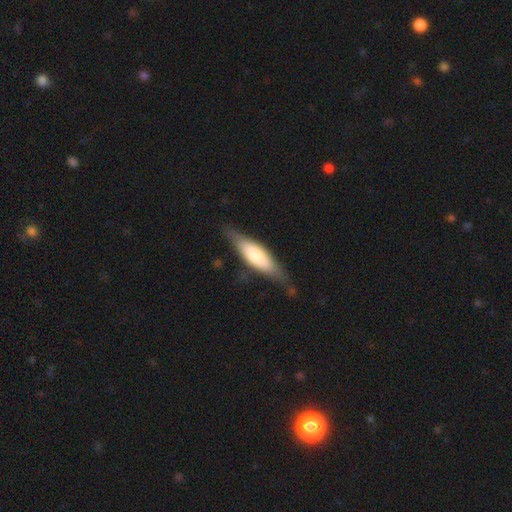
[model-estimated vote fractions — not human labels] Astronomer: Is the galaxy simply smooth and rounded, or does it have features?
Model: smooth — 61%.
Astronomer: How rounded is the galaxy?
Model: cigar-shaped — 54% (runner-up: in between, 44%).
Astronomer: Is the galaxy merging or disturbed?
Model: none — 70%.